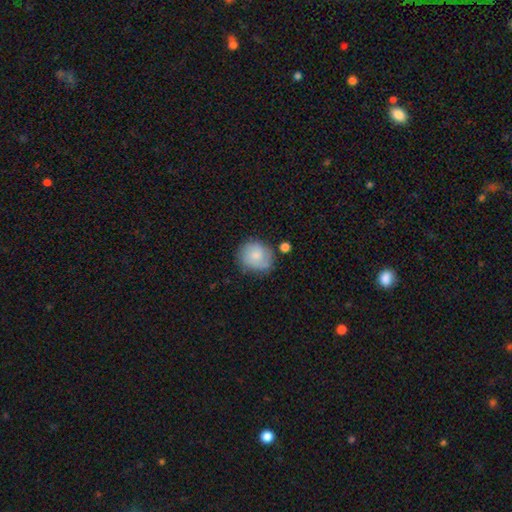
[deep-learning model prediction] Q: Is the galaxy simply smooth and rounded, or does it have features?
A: smooth — 68%.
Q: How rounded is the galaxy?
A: round — 78%.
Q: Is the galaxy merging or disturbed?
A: none — 64%.